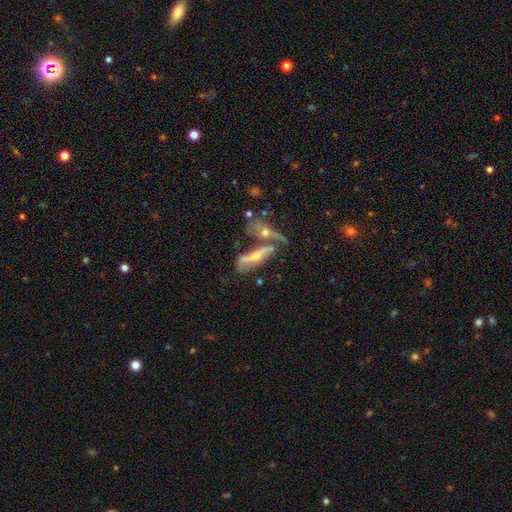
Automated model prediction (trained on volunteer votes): Morphology: type=featured or disk (59%); edge-on=yes (65%); merging=merger (39%).